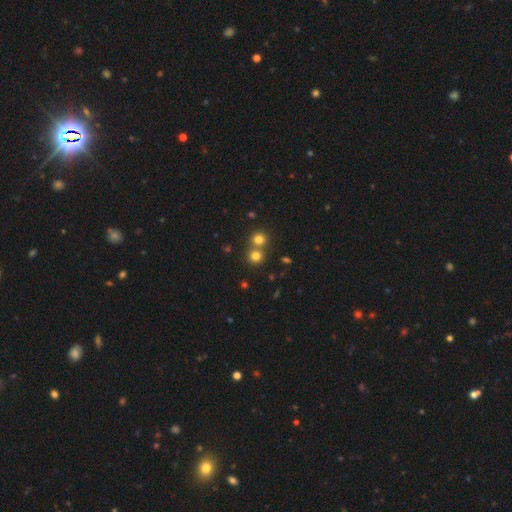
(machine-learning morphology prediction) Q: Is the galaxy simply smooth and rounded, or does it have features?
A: smooth — 76%.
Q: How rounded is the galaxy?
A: round — 88%.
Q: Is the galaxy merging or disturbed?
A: none — 59%.